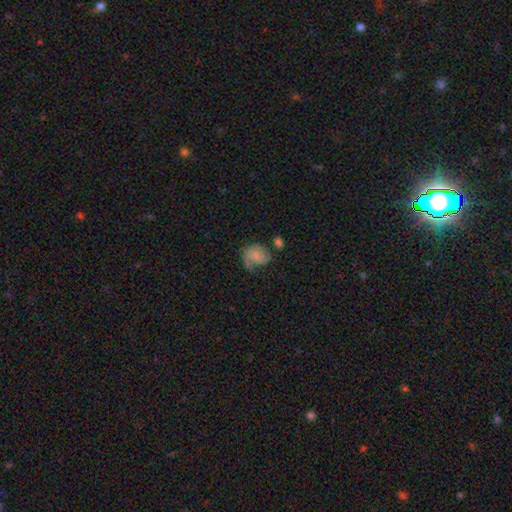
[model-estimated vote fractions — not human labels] Smooth or featured? featured or disk (54%)
Edge-on disk? no (98%)
Bar? no (71%)
Spiral arms? yes (85%)
Bulge size? small (50%)
Merging? none (42%)